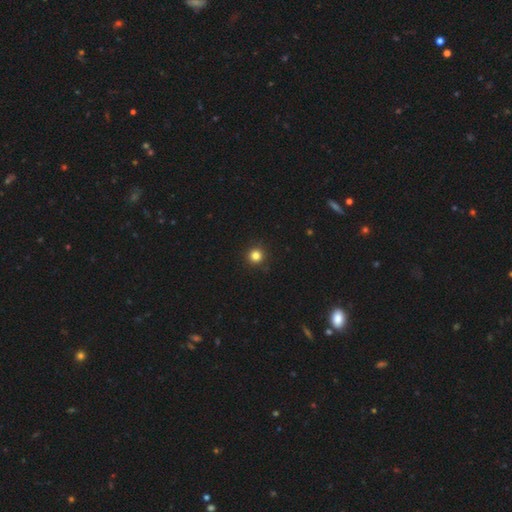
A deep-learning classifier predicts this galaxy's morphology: Smooth or featured: smooth — 83% (star or artifact — 13%)
How rounded: round — 96% (in between — 3%)
Merging: none — 92% (minor disturbance — 5%)